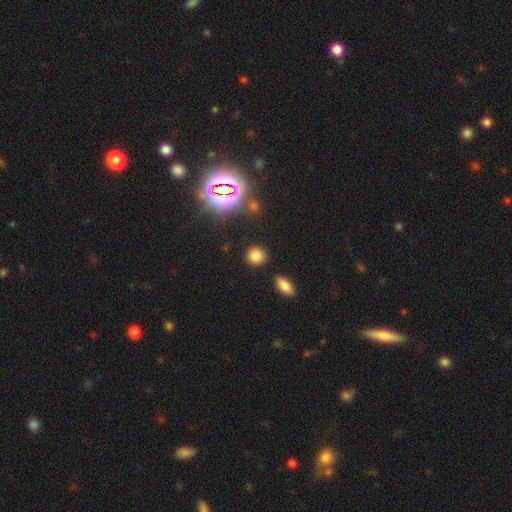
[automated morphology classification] Smooth or featured: smooth — 78% (star or artifact — 17%)
How rounded: round — 87% (in between — 12%)
Merging: none — 87% (minor disturbance — 7%)